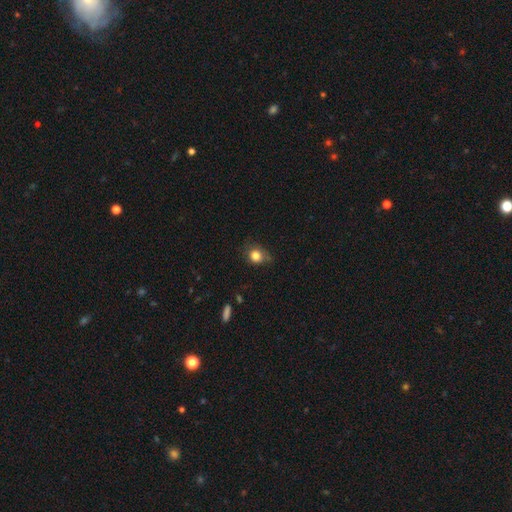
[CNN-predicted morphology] A smooth galaxy with no disk features (82%) that is round (75%). Merging: none (61%).